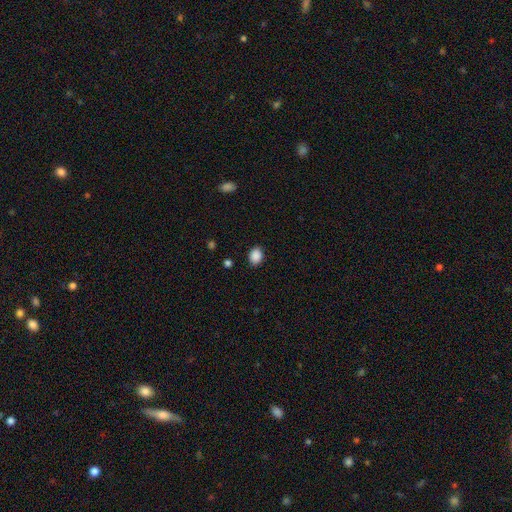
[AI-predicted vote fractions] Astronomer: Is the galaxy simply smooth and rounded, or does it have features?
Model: smooth — 88%.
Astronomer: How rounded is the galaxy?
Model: in between — 50% (runner-up: round, 49%).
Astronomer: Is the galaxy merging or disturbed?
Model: none — 87%.